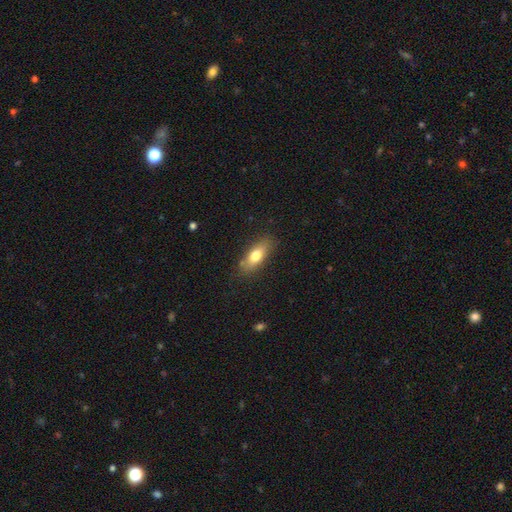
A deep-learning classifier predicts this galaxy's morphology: The model was most divided on "how rounded": in between: 71%, cigar-shaped: 26%, round: 4%. More confident: merging — none (81%); smooth or featured — smooth (72%).